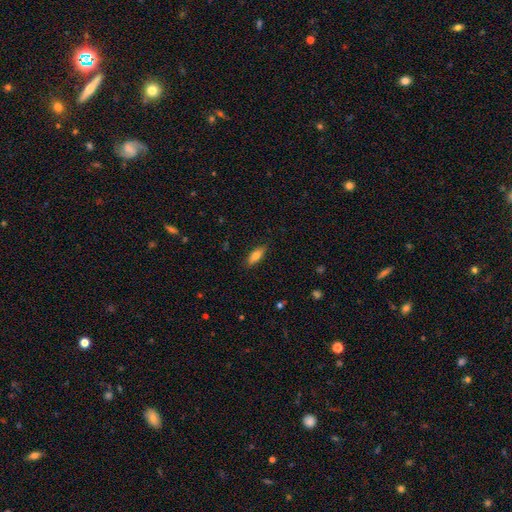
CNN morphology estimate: Smooth or featured: smooth — 76% (featured or disk — 17%)
How rounded: in between — 68% (cigar-shaped — 29%)
Merging: none — 87% (minor disturbance — 10%)